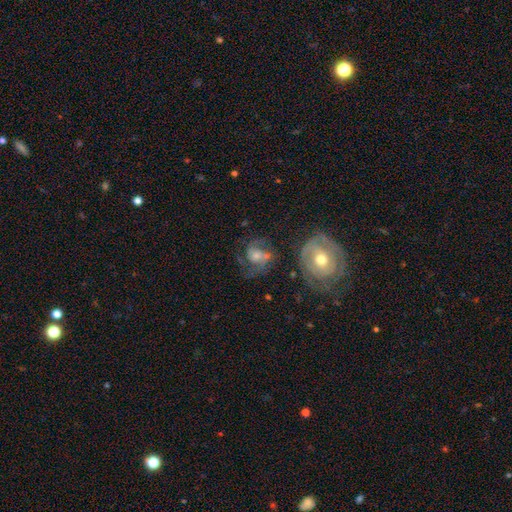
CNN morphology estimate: This appears to be a featured or disk galaxy (74%) with no bar (57%), 2 (65%) medium (49%) spiral arms (91%) and a moderate central bulge (51%). Merging: none (51%).